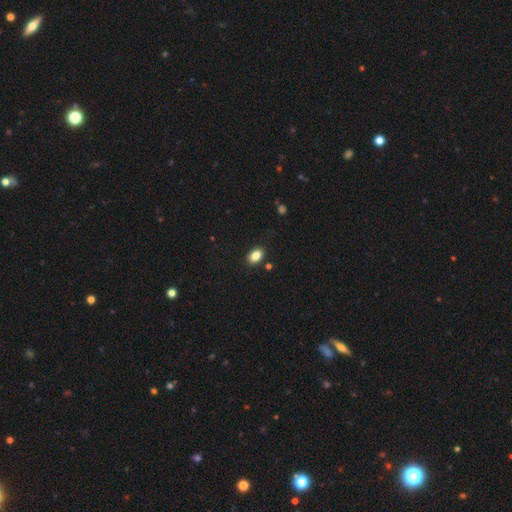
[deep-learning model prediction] A smooth galaxy with no disk features (84%) that is in between round and cigar-shaped (84%). Merging: none (86%).